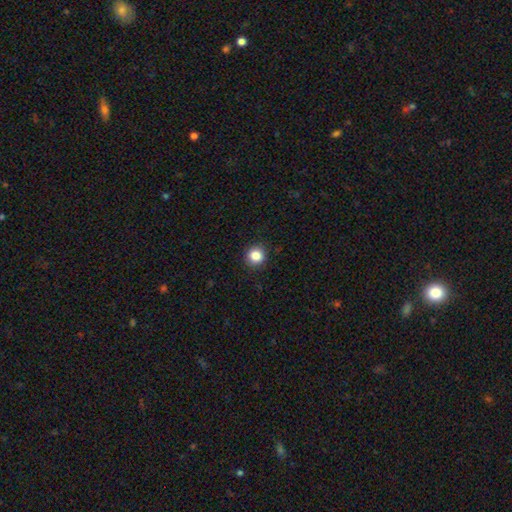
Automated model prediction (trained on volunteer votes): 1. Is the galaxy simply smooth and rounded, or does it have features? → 85% smooth, 11% star or artifact, 4% featured or disk.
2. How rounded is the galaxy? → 92% round, 7% in between, 1% cigar-shaped.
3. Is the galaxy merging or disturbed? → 92% none, 5% minor disturbance, 2% major disturbance, 1% merger.